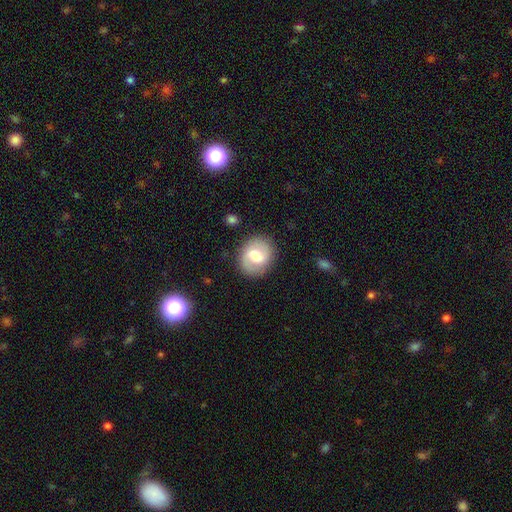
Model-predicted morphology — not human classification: Overall: smooth (47%; featured or disk 46%). Merging: none (83%).